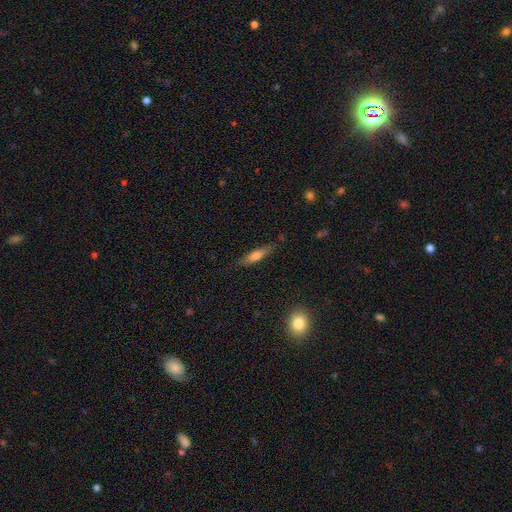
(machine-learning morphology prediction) smooth-or-featured: smooth: 60% | featured or disk: 32% | star or artifact: 7%
  how-rounded: cigar-shaped: 76% | in between: 22% | round: 2%
  merging: none: 82% | minor disturbance: 14% | major disturbance: 3% | merger: 2%